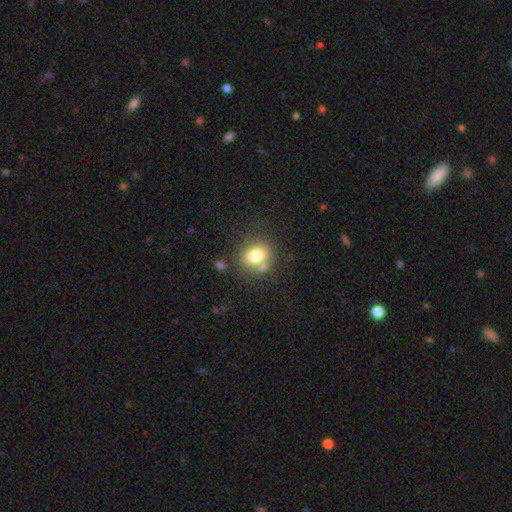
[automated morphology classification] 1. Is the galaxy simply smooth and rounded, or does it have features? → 75% smooth, 15% featured or disk, 11% star or artifact.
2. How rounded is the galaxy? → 55% round, 44% in between, 1% cigar-shaped.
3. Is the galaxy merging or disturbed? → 63% none, 17% merger, 15% minor disturbance, 5% major disturbance.